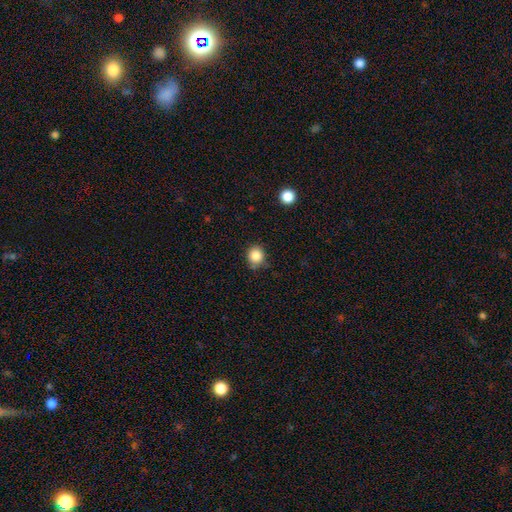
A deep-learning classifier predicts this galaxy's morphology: type=smooth (85%); roundness=round (85%); merging=none (77%).